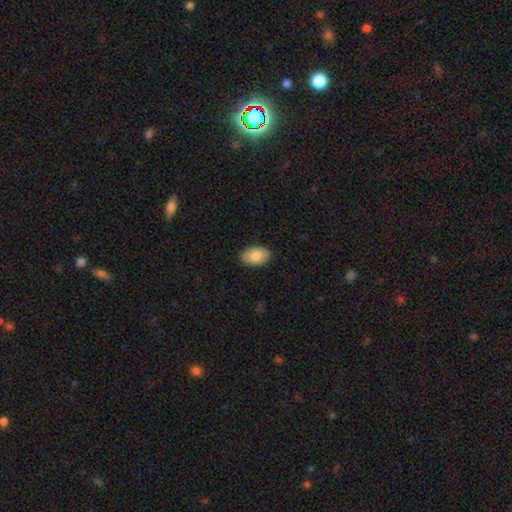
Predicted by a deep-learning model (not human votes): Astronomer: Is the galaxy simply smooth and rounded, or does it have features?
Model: smooth — 82%.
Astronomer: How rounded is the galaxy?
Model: in between — 91%.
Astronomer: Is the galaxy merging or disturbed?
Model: none — 88%.